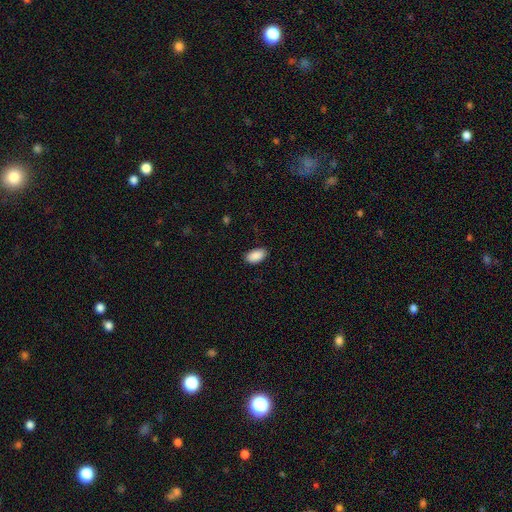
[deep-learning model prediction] smooth_or_featured: smooth (p=0.91) [alt: star or artifact p=0.07]
how_rounded: in between (p=0.95) [alt: round p=0.03]
merging: none (p=0.88) [alt: minor disturbance p=0.09]